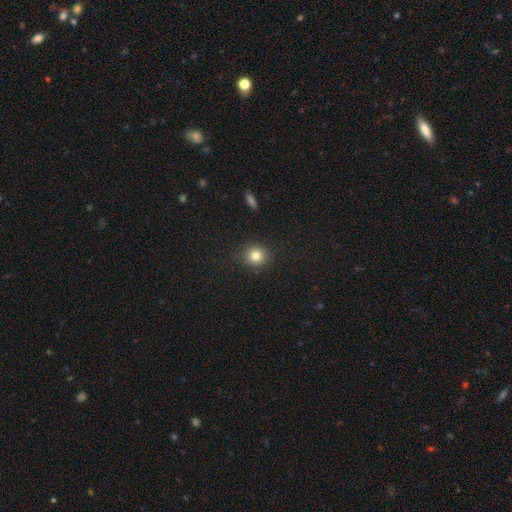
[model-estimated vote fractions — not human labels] A smooth galaxy with no disk features (81%) that is round (86%).

Vote fractions:
- Smooth or featured? smooth: 81% / star or artifact: 12% / featured or disk: 7%
- How rounded? round: 86% / in between: 13% / cigar-shaped: 1%
- Merging? none: 90% / minor disturbance: 7% / major disturbance: 2% / merger: 1%